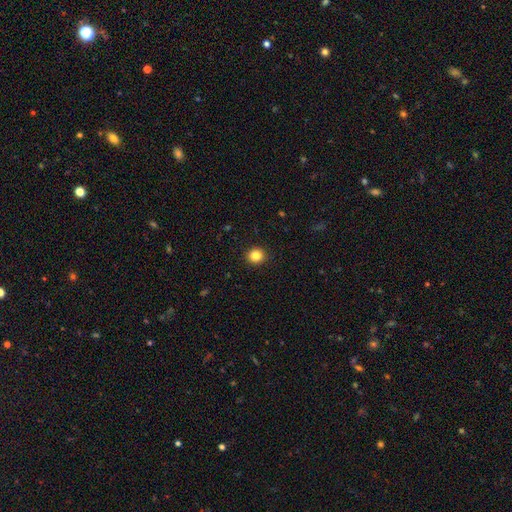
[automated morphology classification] type=smooth (85%); roundness=round (89%); merging=none (93%).